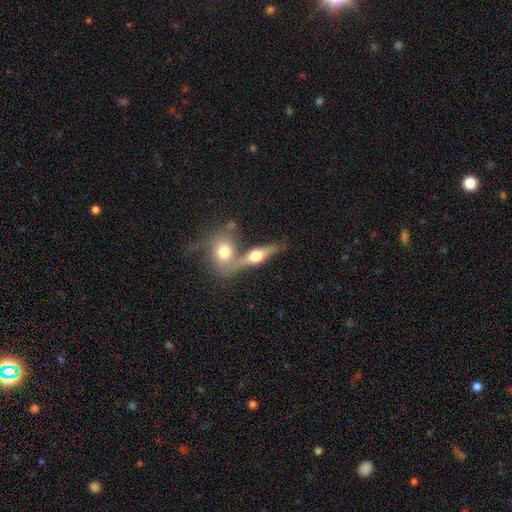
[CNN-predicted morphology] Overall: featured or disk (58%; smooth 35%). Edge-on disk: yes (82%). Merging: none (44%; merger 41%).